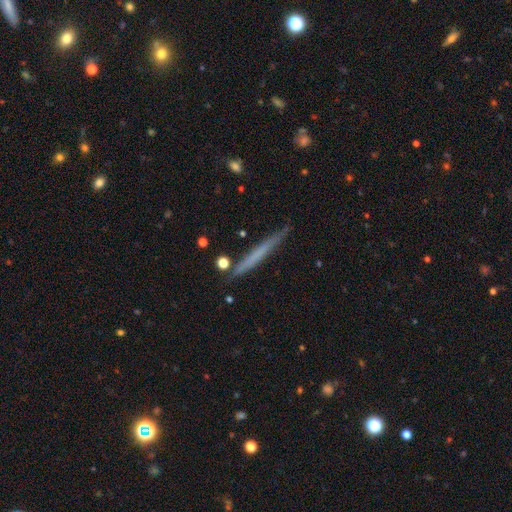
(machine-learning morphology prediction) Smooth or featured? Predicted: smooth (p=0.53). How rounded? Predicted: cigar-shaped (p=0.97). Merging? Predicted: none (p=0.87).